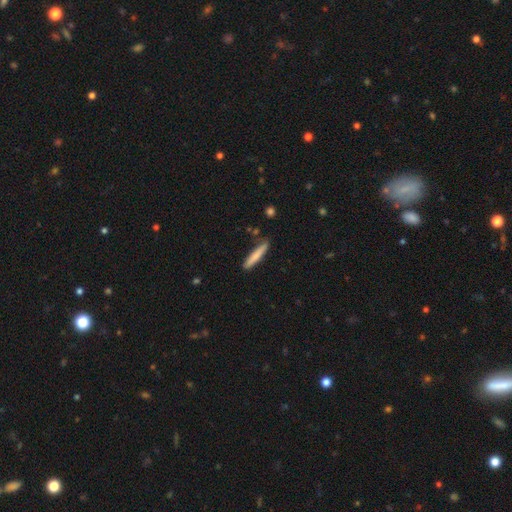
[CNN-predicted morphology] This is likely a smooth galaxy (77%). How rounded: clearly cigar-shaped (92%). Merging: clearly none (83%).